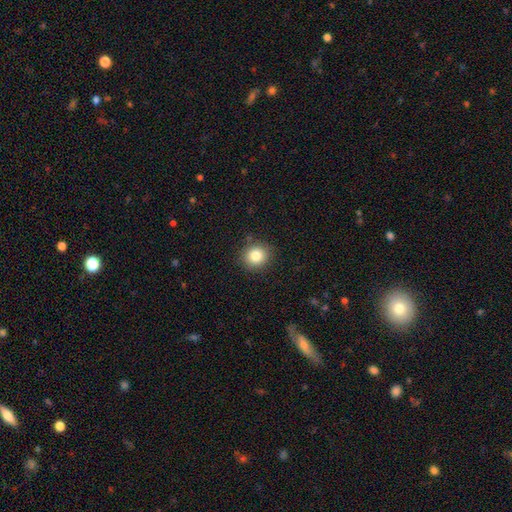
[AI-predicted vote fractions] smooth_or_featured: smooth (p=0.83) [alt: star or artifact p=0.11]
how_rounded: round (p=0.87) [alt: in between p=0.12]
merging: none (p=0.88) [alt: minor disturbance p=0.08]